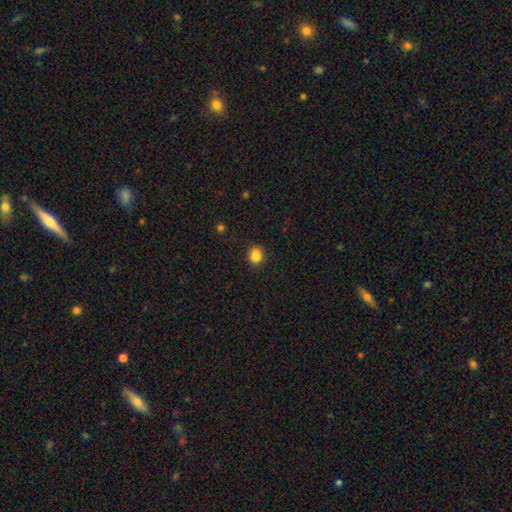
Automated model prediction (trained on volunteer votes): Smooth or featured?
  - smooth: 86% *
  - star or artifact: 11%
  - featured or disk: 4%
How rounded?
  - round: 75% *
  - in between: 24%
  - cigar-shaped: 1%
Merging?
  - none: 89% *
  - minor disturbance: 8%
  - major disturbance: 2%
  - merger: 1%